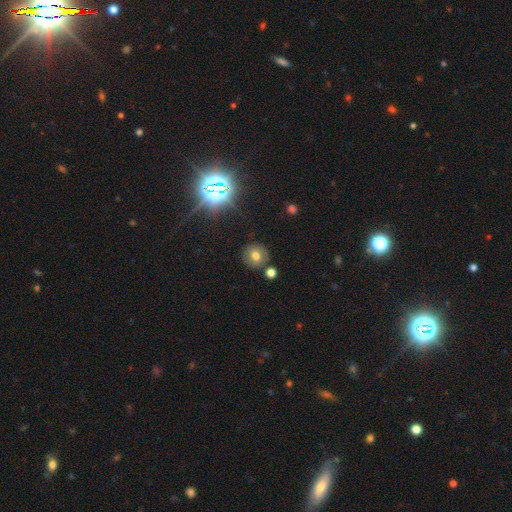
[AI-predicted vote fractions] Smooth or featured?
  - smooth: 65% *
  - star or artifact: 18%
  - featured or disk: 17%
How rounded?
  - round: 91% *
  - in between: 8%
  - cigar-shaped: 1%
Merging?
  - none: 83% *
  - minor disturbance: 9%
  - merger: 6%
  - major disturbance: 3%